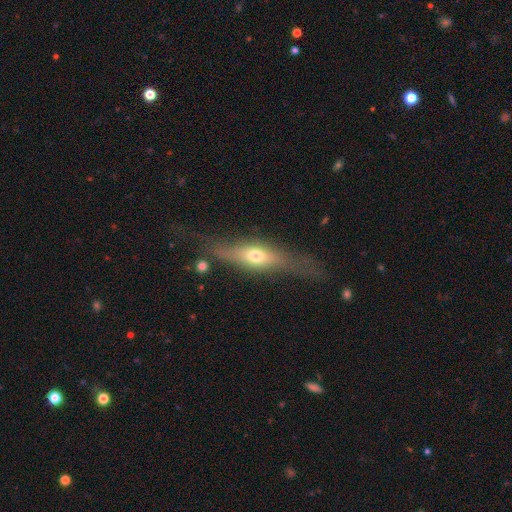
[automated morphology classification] featured or disk 55%, smooth 38%, star or artifact 7%. Down the decision tree: edge-on disk — yes (83%); merging — none (65%).